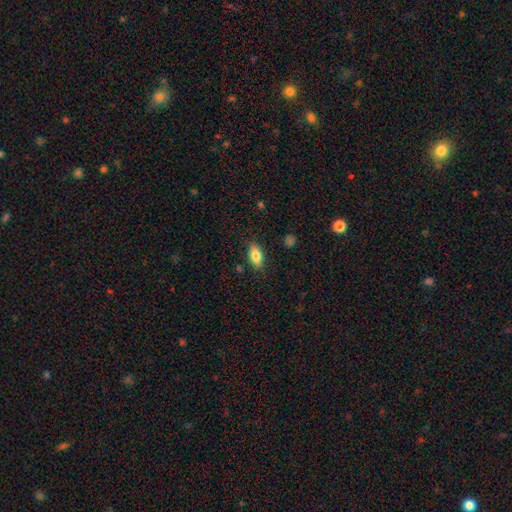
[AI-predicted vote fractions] Overall: smooth (81%). How rounded: in between (87%). Merging: none (85%).